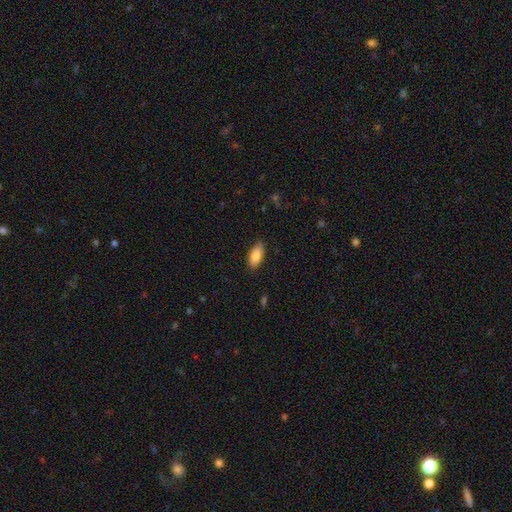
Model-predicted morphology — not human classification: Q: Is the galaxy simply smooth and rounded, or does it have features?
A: smooth — 84%.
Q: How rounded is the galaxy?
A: in between — 85%.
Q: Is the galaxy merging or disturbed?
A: none — 85%.